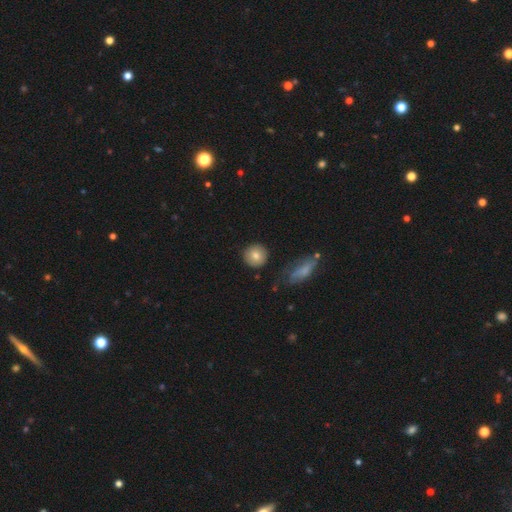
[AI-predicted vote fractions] The model was most divided on "smooth or featured": smooth: 80%, featured or disk: 12%, star or artifact: 8%. More confident: how rounded — round (92%); merging — none (85%).